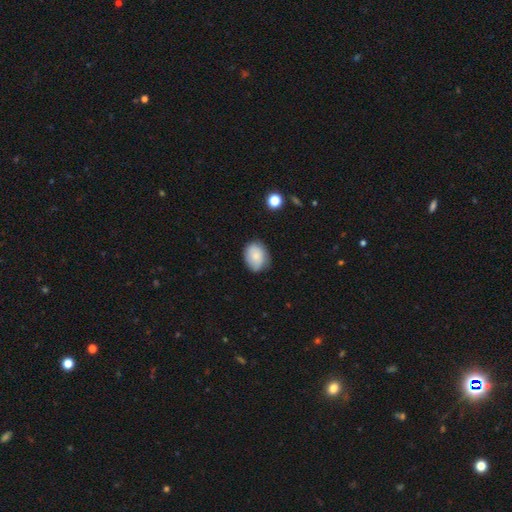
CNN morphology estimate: Smooth or featured? smooth (77%)
How rounded? in between (60%)
Merging? none (71%)